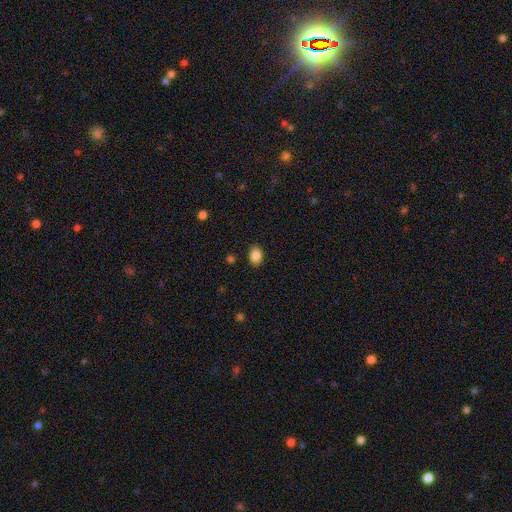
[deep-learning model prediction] Morphology: type=smooth (86%); roundness=in between (77%); merging=none (87%).